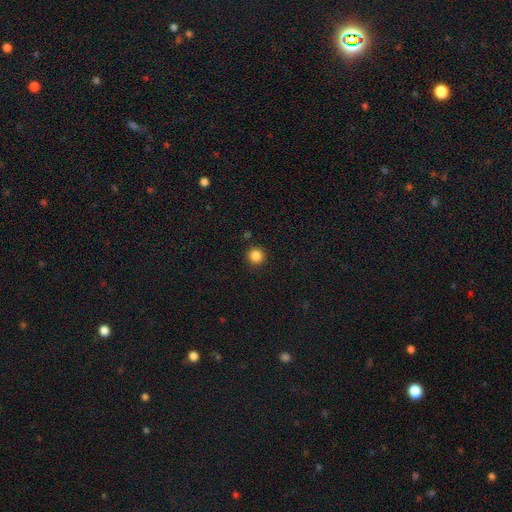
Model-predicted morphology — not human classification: This appears to be a smooth galaxy with no disk features (85%) that is round (94%). Merging: none (91%).